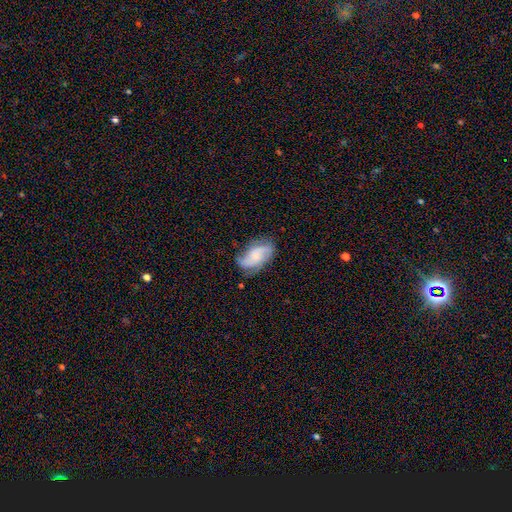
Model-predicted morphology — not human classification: This is likely a featured or disk galaxy (66%). It is clearly not viewed edge-on (96%). Bar: likely no (63%). Spiral arm pattern: clearly yes (92%). Spiral arm count: possibly 2 (58%). Spiral winding: marginally loose (41%). Central bulge: possibly small (50%). Merging: likely none (62%).